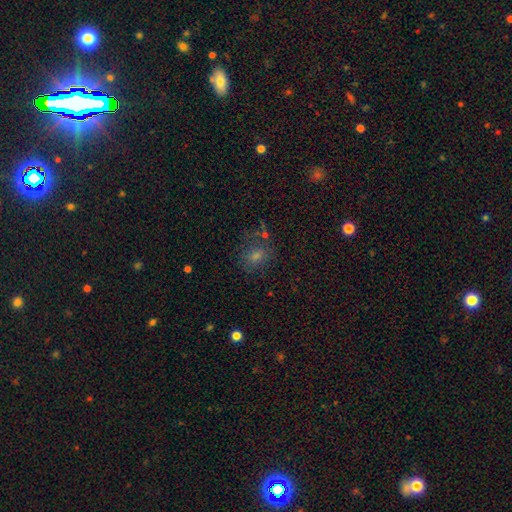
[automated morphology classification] smooth 55%, star or artifact 29%, featured or disk 15%. Down the decision tree: how rounded — round (60%); merging — none (70%).